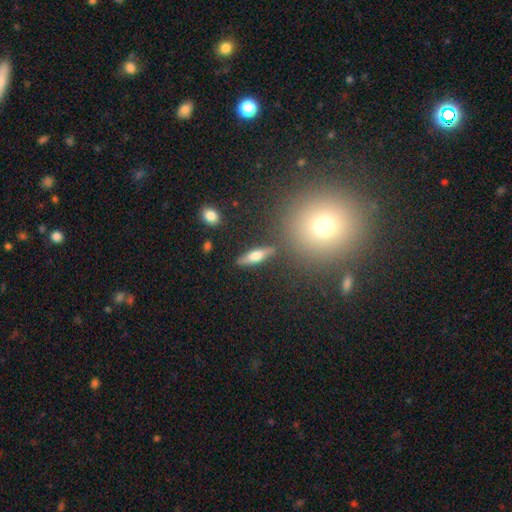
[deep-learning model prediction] This appears to be a smooth galaxy with no disk features (49%). Merging: none (84%).